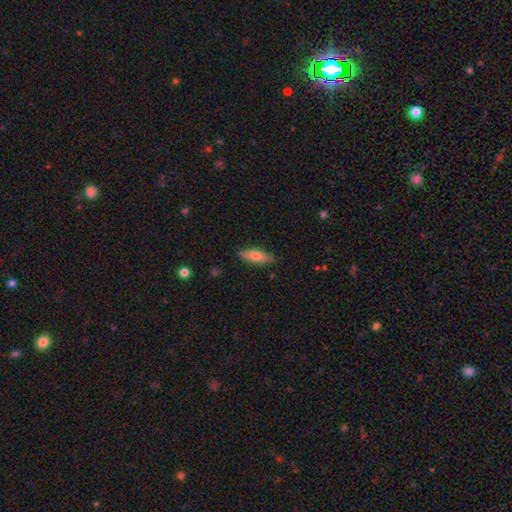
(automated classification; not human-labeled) Morphology: type=smooth (70%); roundness=in between (54%); merging=none (84%).